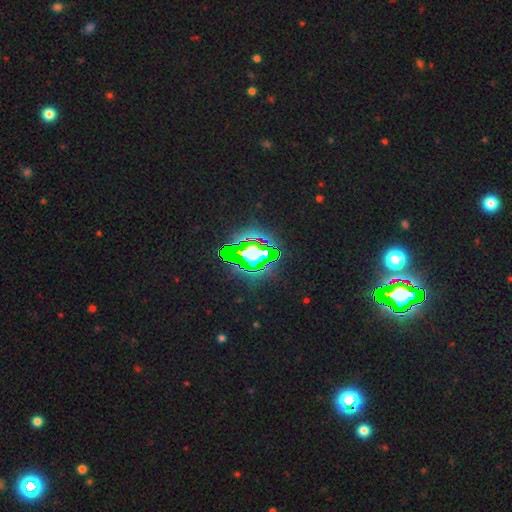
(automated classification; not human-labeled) This is likely a star or artifact rather than a galaxy (67%).